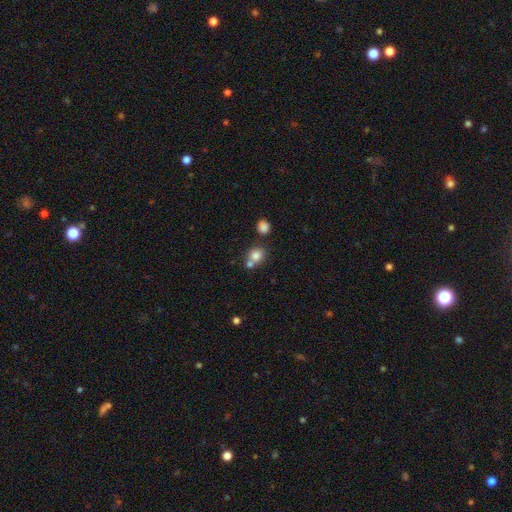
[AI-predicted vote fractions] Smooth or featured? smooth (79%)
How rounded? round (77%)
Merging? none (53%)